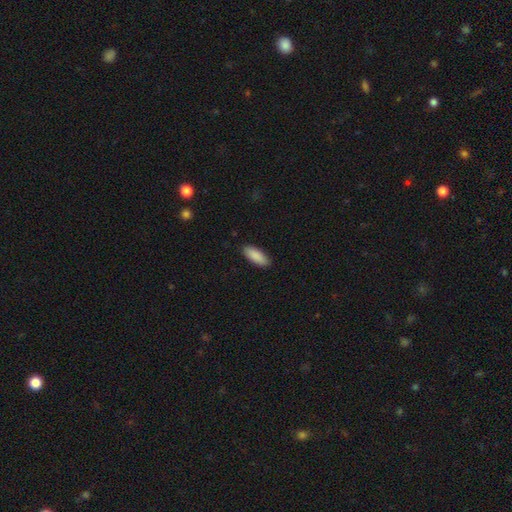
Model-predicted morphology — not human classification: This appears to be a smooth galaxy with no disk features (90%) that is in between round and cigar-shaped (74%). Merging: none (89%).